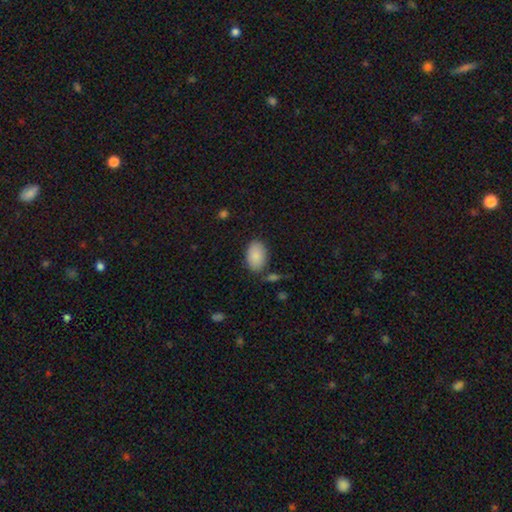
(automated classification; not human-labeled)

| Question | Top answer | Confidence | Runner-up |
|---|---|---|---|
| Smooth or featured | smooth | 88% | star or artifact (6%) |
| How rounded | in between | 90% | round (9%) |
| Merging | none | 79% | minor disturbance (13%) |